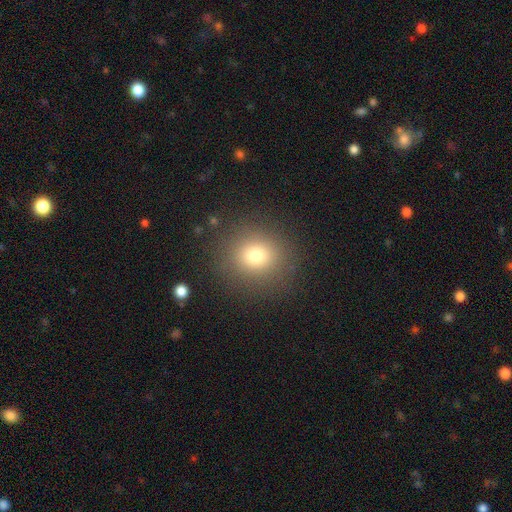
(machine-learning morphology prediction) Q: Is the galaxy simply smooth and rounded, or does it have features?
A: smooth — 76%.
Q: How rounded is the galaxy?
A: round — 85%.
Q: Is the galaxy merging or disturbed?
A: none — 87%.